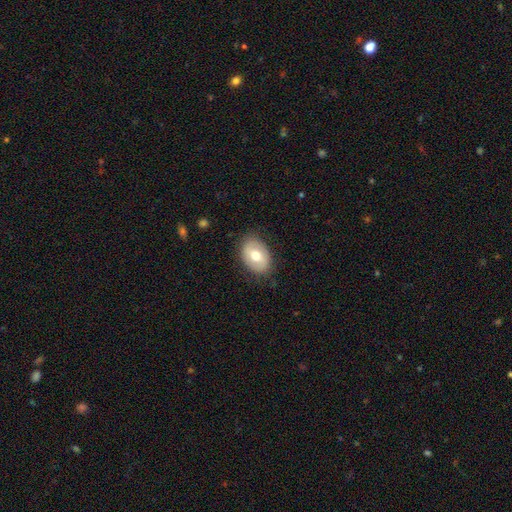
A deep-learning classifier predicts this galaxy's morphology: Smooth or featured? smooth (65%)
How rounded? in between (80%)
Merging? none (83%)